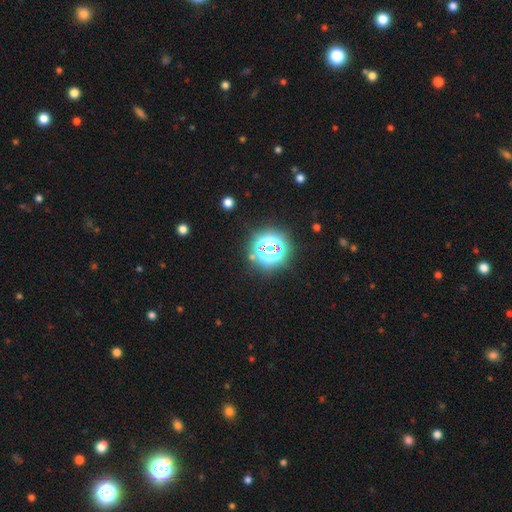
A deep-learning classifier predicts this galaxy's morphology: Smooth or featured: star or artifact — 71% (smooth — 21%)